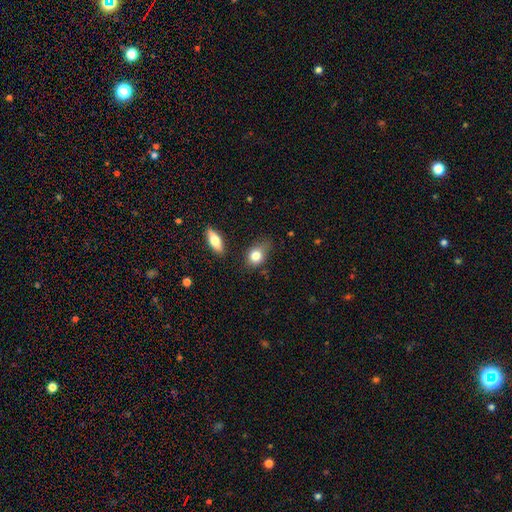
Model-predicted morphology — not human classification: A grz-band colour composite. It shows a smooth galaxy with no disk features (80%) that is in between round and cigar-shaped (60%). Merging: none (56%).